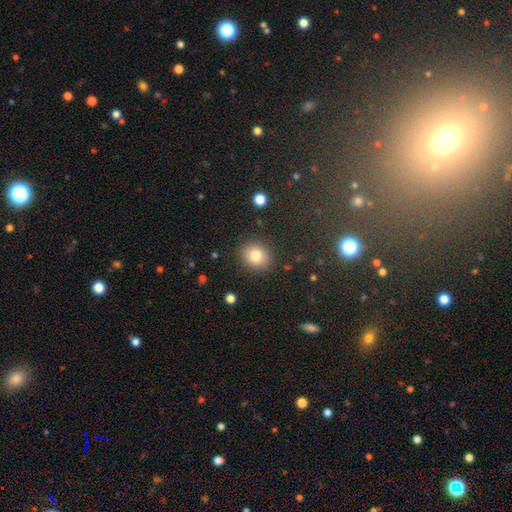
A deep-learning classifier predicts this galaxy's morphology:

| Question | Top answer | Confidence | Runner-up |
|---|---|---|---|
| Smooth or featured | smooth | 83% | star or artifact (10%) |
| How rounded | round | 76% | in between (23%) |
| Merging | none | 87% | minor disturbance (8%) |